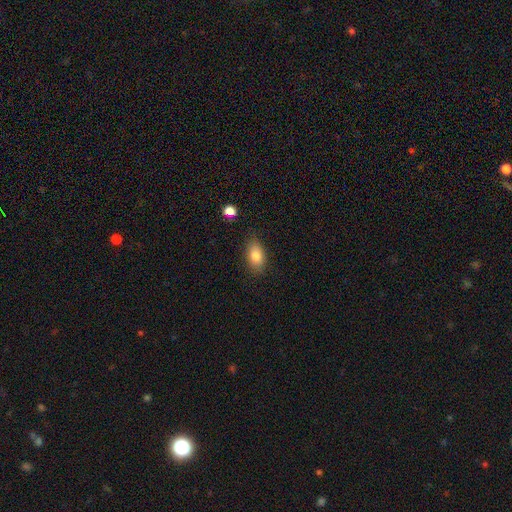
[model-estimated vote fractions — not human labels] smooth_or_featured: smooth (p=0.82) [alt: featured or disk p=0.10]
how_rounded: in between (p=0.88) [alt: round p=0.09]
merging: none (p=0.83) [alt: minor disturbance p=0.12]